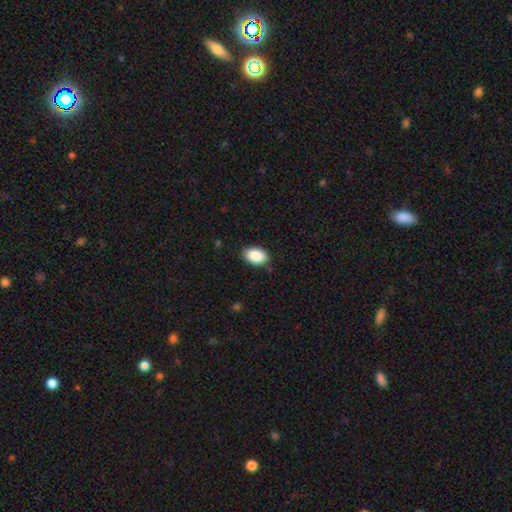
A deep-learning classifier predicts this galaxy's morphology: Smooth or featured? smooth (89%)
How rounded? in between (90%)
Merging? none (85%)